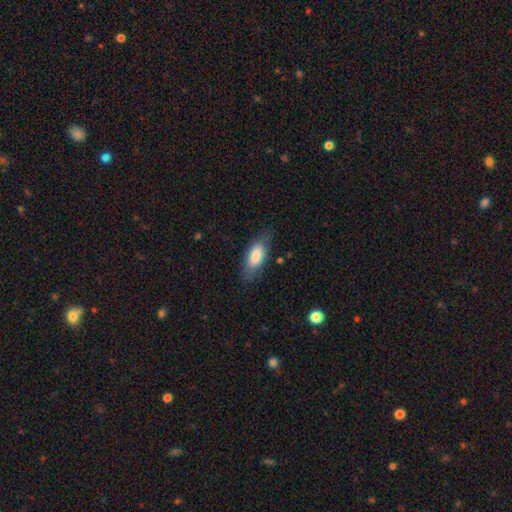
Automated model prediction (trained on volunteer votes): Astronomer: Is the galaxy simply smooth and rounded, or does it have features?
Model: smooth — 77%.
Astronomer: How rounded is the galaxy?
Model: in between — 81%.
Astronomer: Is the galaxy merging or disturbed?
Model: none — 77%.